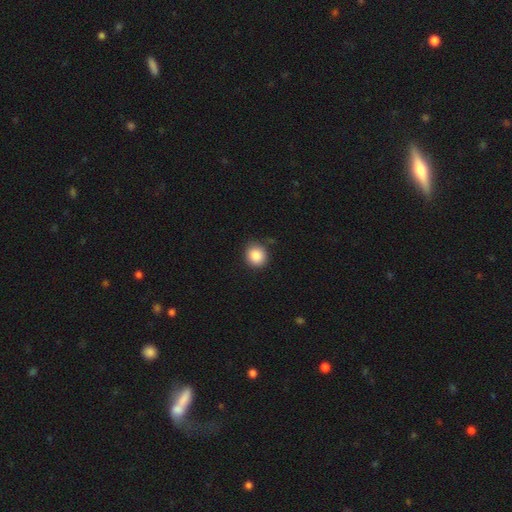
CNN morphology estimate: Smooth or featured: smooth — 86% (star or artifact — 9%)
How rounded: round — 84% (in between — 15%)
Merging: none — 86% (minor disturbance — 10%)